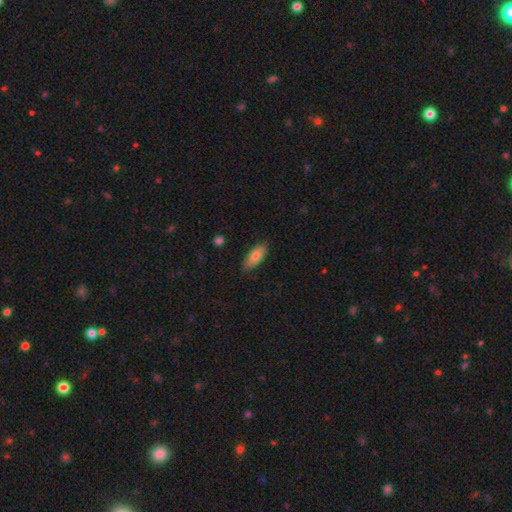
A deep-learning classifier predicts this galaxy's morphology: Smooth or featured? smooth (78%)
How rounded? in between (82%)
Merging? none (81%)